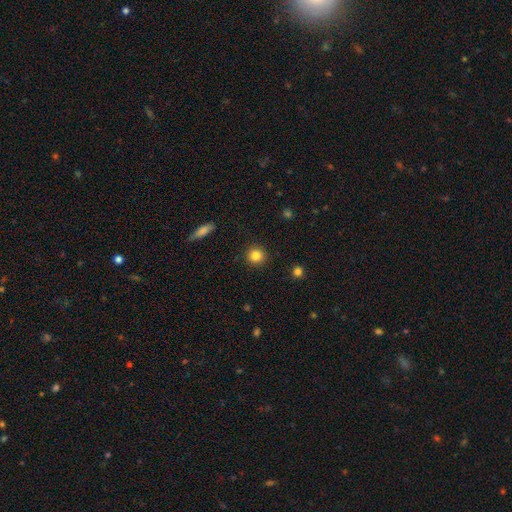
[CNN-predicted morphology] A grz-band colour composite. It shows a smooth galaxy with no disk features (84%) that is round (92%). Merging: none (92%).